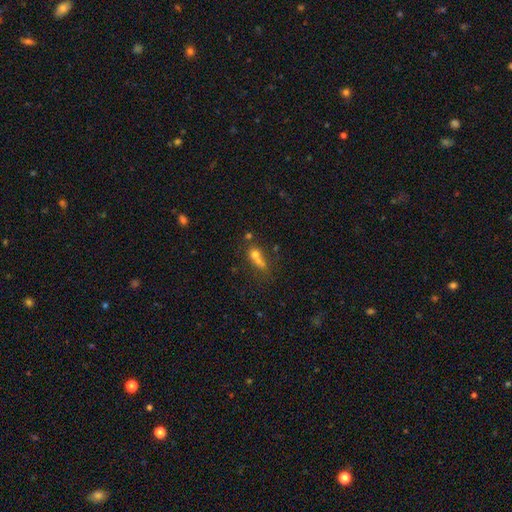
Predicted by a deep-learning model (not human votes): A smooth galaxy with no disk features (57%) that is round (55%). Merging: merger (49%).